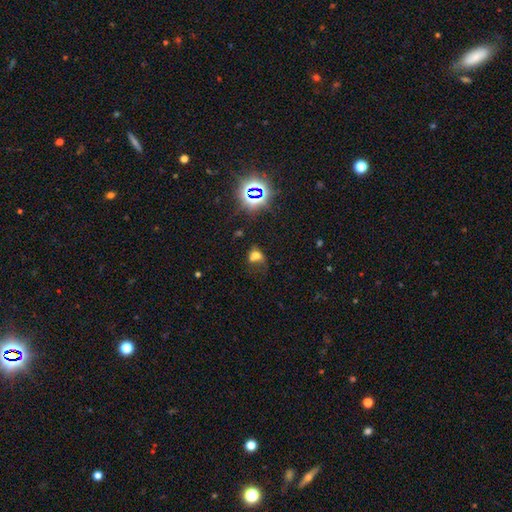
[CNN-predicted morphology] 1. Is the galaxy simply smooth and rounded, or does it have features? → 55% smooth, 27% star or artifact, 18% featured or disk.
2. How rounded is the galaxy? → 56% in between, 43% round, 2% cigar-shaped.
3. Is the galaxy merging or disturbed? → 32% none, 26% merger, 23% major disturbance, 19% minor disturbance.